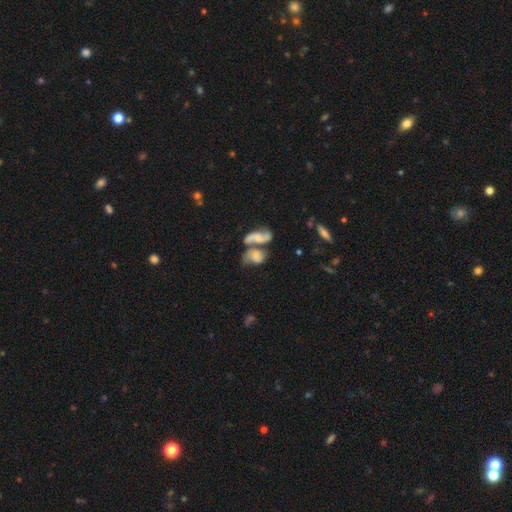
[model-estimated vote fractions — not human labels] Morphology: type=featured or disk (49%); merging=merger (62%).